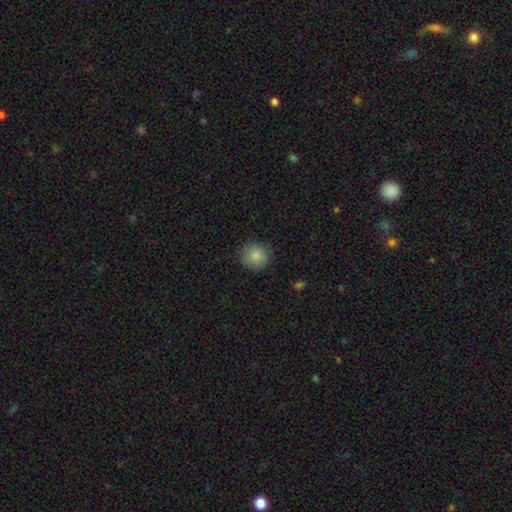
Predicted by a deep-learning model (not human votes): A smooth galaxy with no disk features (85%) that is round (90%). Merging: none (83%).